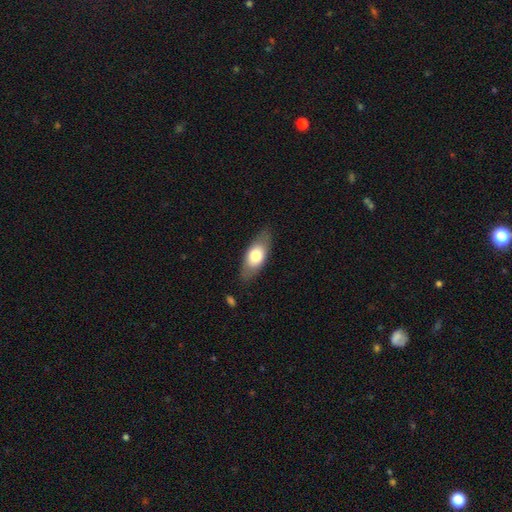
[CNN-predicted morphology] The model was most divided on "smooth or featured": smooth: 65%, featured or disk: 28%, star or artifact: 6%. More confident: merging — none (82%); how rounded — in between (81%).